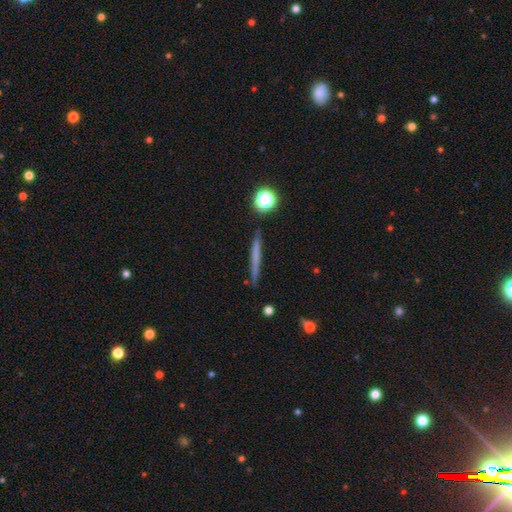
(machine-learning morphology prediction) Overall: smooth (56%; featured or disk 36%). How rounded: cigar-shaped (94%). Merging: none (87%).